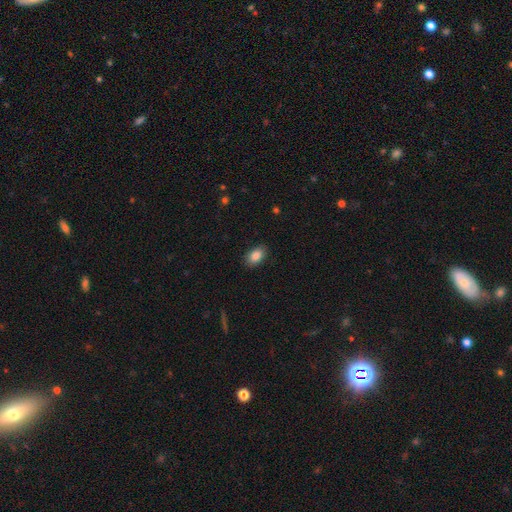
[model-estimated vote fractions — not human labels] Smooth or featured: smooth — 87% (star or artifact — 8%)
How rounded: in between — 90% (round — 8%)
Merging: none — 87% (minor disturbance — 10%)